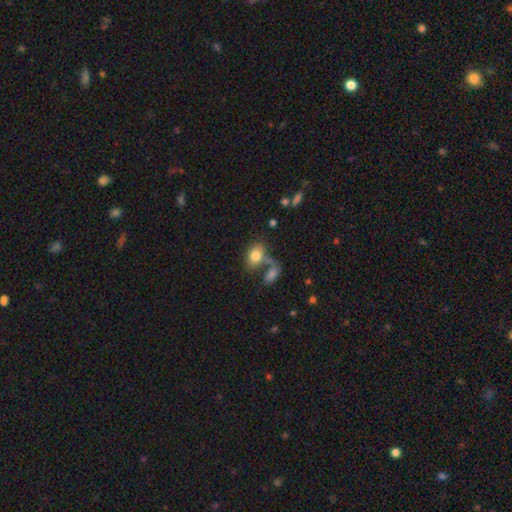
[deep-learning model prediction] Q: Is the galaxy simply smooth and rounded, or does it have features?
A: smooth — 79%.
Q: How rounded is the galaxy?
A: in between — 80%.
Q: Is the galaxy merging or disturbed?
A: none — 42%.